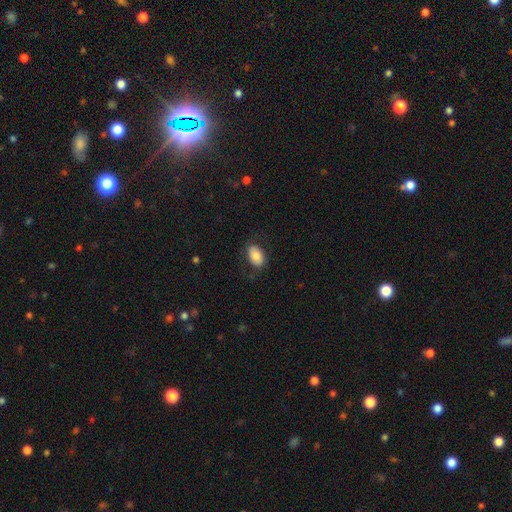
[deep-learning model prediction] This appears to be a smooth galaxy with no disk features (80%) that is in between round and cigar-shaped (85%). Merging: none (77%).